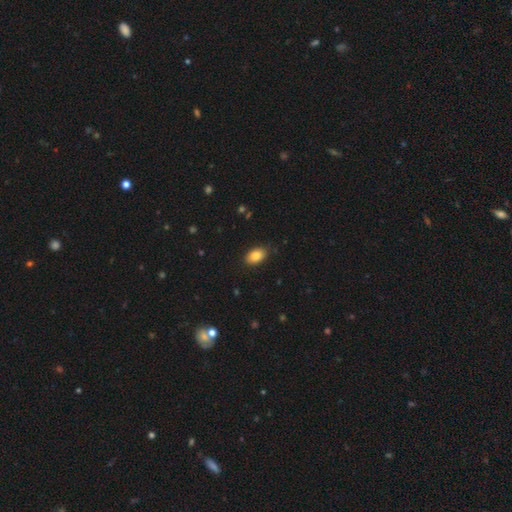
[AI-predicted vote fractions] The model was most divided on "smooth or featured": smooth: 85%, star or artifact: 8%, featured or disk: 7%. More confident: how rounded — in between (90%); merging — none (87%).